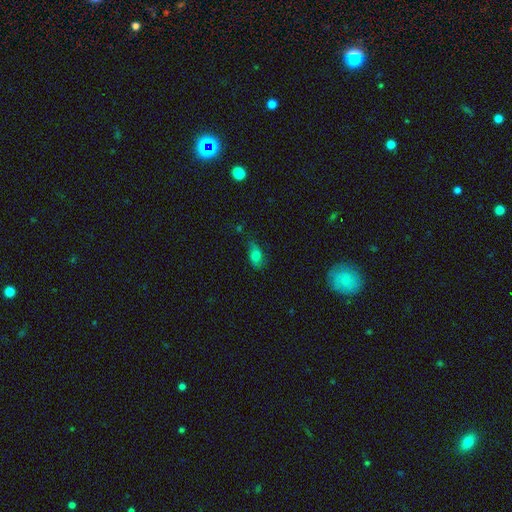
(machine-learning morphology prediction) Smooth or featured?
  - smooth: 69% *
  - featured or disk: 19%
  - star or artifact: 12%
How rounded?
  - in between: 83% *
  - round: 11%
  - cigar-shaped: 6%
Merging?
  - none: 59% *
  - minor disturbance: 29%
  - major disturbance: 10%
  - merger: 3%